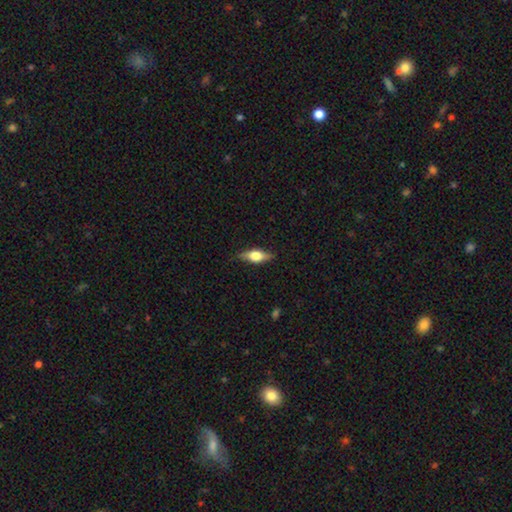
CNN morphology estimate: This appears to be a smooth galaxy with no disk features (50%) that is in between round and cigar-shaped (67%). Merging: none (84%).